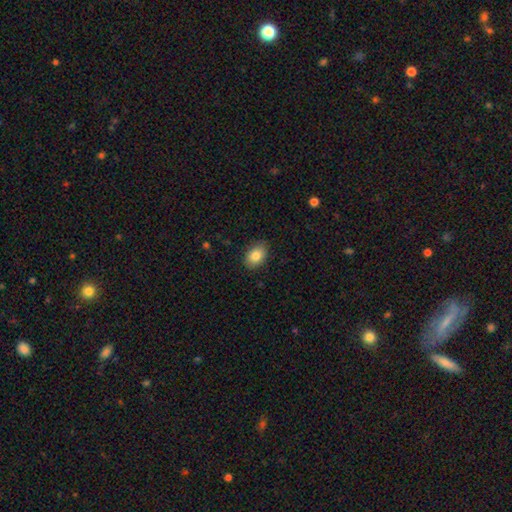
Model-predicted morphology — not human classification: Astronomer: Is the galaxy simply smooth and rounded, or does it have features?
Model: smooth — 85%.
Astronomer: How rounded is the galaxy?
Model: in between — 88%.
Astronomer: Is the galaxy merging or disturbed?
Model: none — 87%.